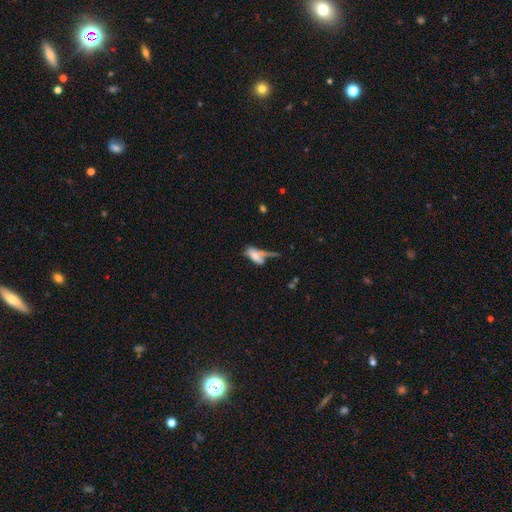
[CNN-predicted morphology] Smooth or featured: smooth — 62% (featured or disk — 27%)
How rounded: in between — 64% (cigar-shaped — 32%)
Merging: merger — 28% (none — 27%)